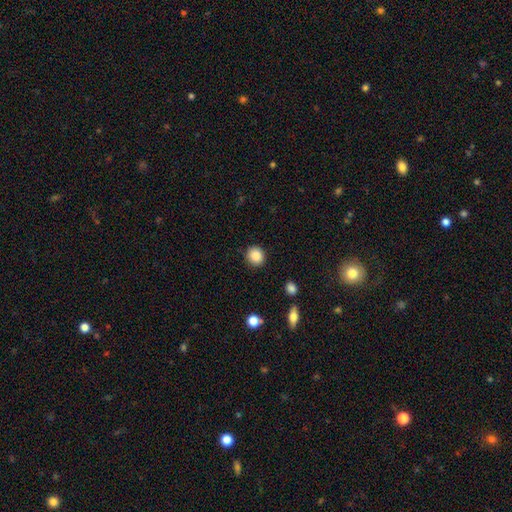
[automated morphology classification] The model was most divided on "how rounded": round: 84%, in between: 15%, cigar-shaped: 1%. More confident: merging — none (89%); smooth or featured — smooth (87%).